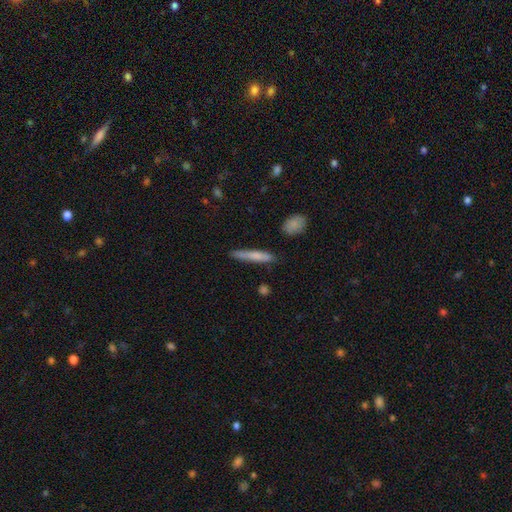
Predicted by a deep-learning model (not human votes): Smooth or featured: smooth — 70% (featured or disk — 24%)
How rounded: cigar-shaped — 92% (in between — 6%)
Merging: none — 80% (minor disturbance — 15%)